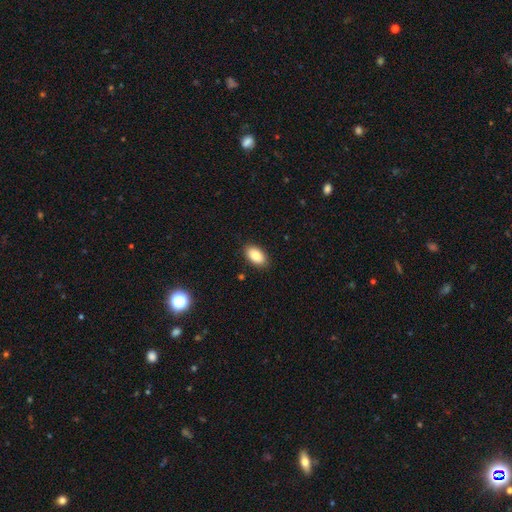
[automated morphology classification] The model was most divided on "merging": none: 88%, minor disturbance: 9%, major disturbance: 2%, merger: 1%. More confident: how rounded — in between (94%); smooth or featured — smooth (87%).